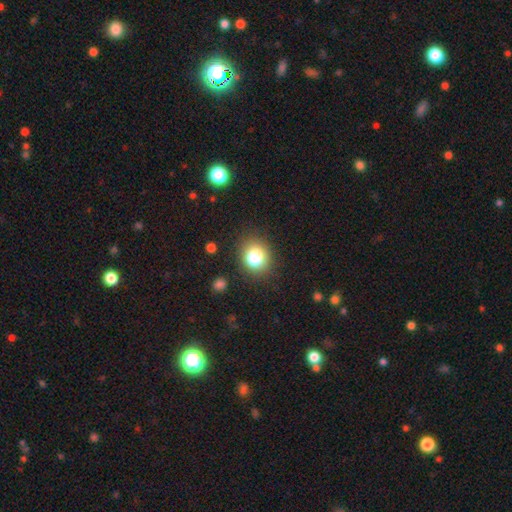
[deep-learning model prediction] Overall: smooth (79%). How rounded: round (68%; in between 31%). Merging: none (85%).